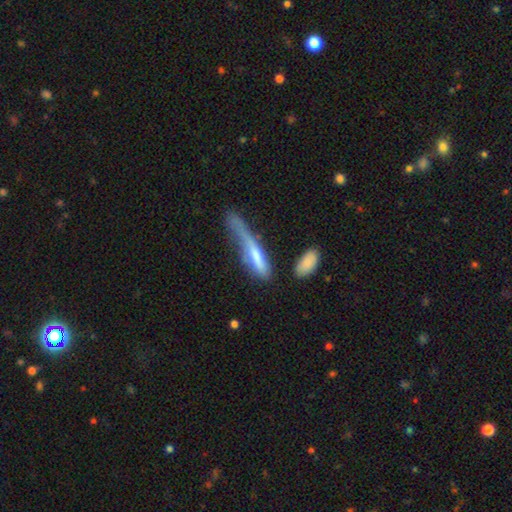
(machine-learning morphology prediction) smooth 61%, featured or disk 31%, star or artifact 7%. Down the decision tree: how rounded — cigar-shaped (78%); merging — major disturbance (39%).